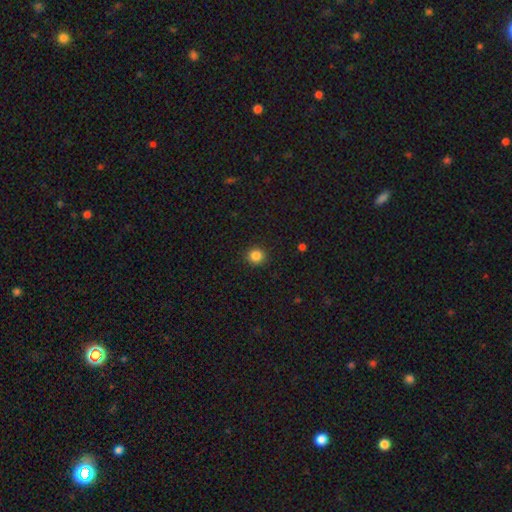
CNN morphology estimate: smooth 85%, star or artifact 11%, featured or disk 4%. Down the decision tree: how rounded — round (91%); merging — none (92%).